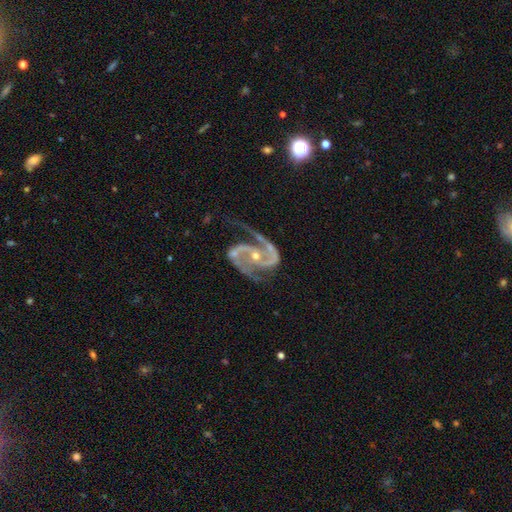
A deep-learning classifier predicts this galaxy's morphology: Q: Smooth or featured?
A: featured or disk (93%); runner-up: star or artifact (5%)
Q: Edge-on disk?
A: no (98%); runner-up: yes (2%)
Q: Bar?
A: no (46%); runner-up: weak (32%)
Q: Spiral arms?
A: yes (98%); runner-up: no (2%)
Q: Spiral winding?
A: medium (60%); runner-up: loose (23%)
Q: Spiral arm count?
A: 2 (92%); runner-up: 3 (2%)
Q: Bulge size?
A: small (62%); runner-up: moderate (34%)
Q: Merging?
A: none (58%); runner-up: minor disturbance (22%)